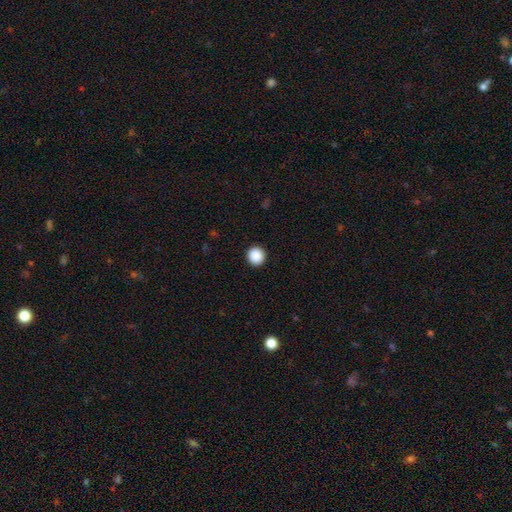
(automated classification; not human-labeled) Smooth or featured? smooth (88%)
How rounded? round (95%)
Merging? none (93%)